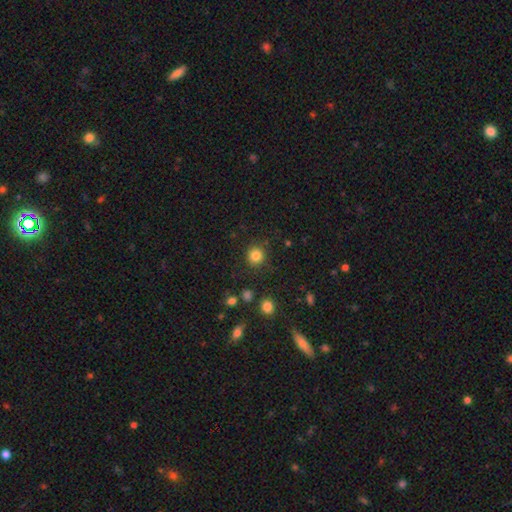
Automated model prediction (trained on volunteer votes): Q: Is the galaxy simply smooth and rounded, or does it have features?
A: smooth — 83%.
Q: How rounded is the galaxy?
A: round — 91%.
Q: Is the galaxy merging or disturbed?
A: none — 87%.